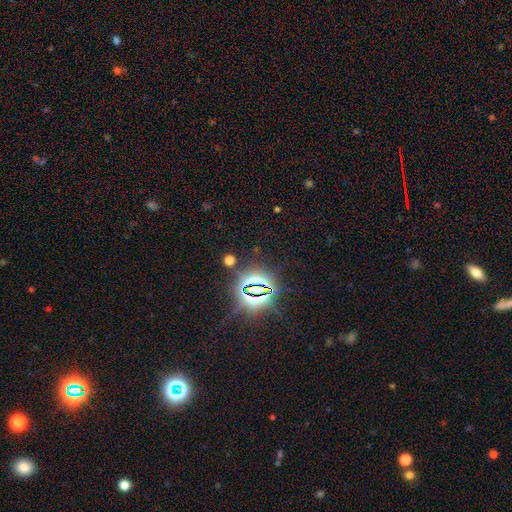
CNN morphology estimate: Smooth or featured: star or artifact — 83% (smooth — 10%)